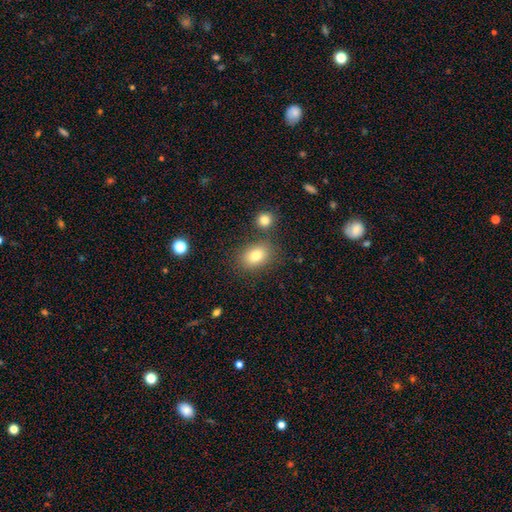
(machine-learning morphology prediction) smooth 81%, star or artifact 10%, featured or disk 10%. Down the decision tree: how rounded — in between (76%); merging — none (74%).